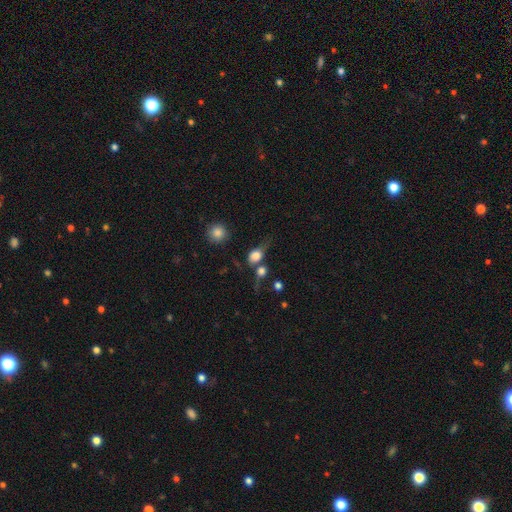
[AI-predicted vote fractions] smooth_or_featured: smooth (p=0.74) [alt: featured or disk p=0.15]
how_rounded: in between (p=0.55) [alt: round p=0.41]
merging: none (p=0.34) [alt: merger p=0.24]